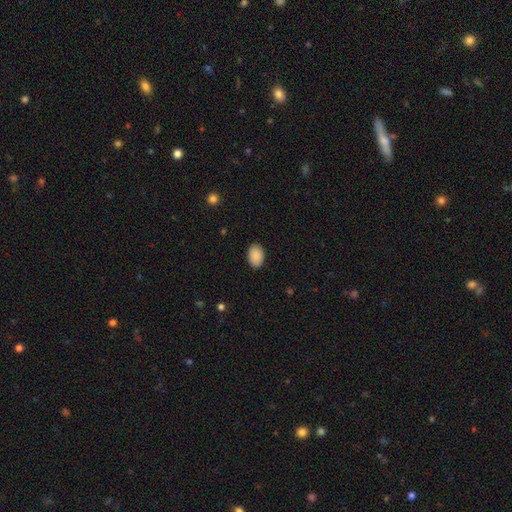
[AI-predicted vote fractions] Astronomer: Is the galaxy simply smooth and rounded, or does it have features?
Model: smooth — 89%.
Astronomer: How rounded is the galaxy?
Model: in between — 87%.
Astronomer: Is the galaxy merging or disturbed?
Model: none — 88%.